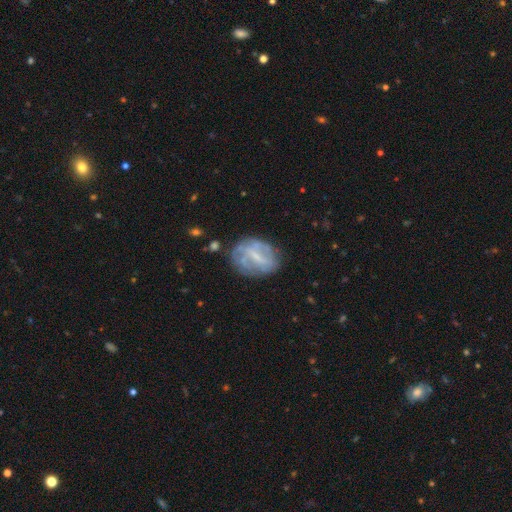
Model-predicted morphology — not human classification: Overall: featured or disk (61%; smooth 30%). Edge-on disk: no (96%). Bar: weak (45%; strong 32%). Spiral arms: no (55%; yes 45%). Bulge size: small (47%; none 31%). Merging: none (63%).